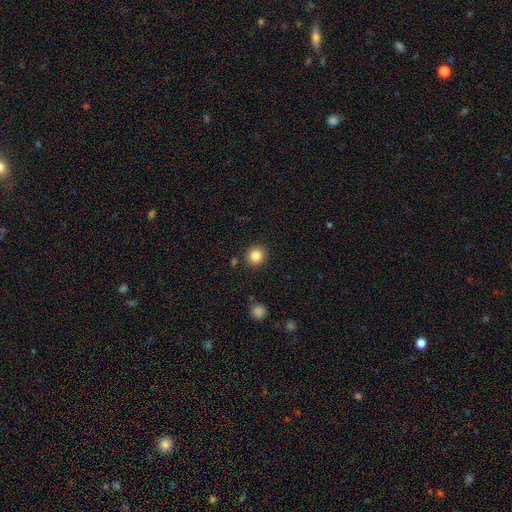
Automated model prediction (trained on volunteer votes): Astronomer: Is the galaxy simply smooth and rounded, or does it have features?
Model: smooth — 84%.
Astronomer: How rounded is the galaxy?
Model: round — 90%.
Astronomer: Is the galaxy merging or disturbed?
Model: none — 89%.